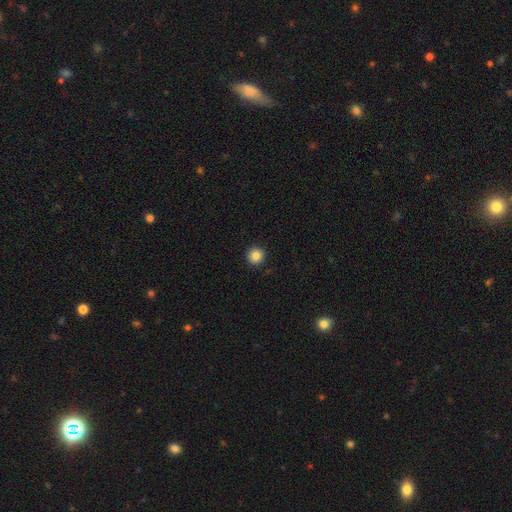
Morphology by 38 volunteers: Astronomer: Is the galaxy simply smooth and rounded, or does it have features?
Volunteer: smooth — 92%.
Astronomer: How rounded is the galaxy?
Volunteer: round — 89%.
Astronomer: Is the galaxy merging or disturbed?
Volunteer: none — 86%.